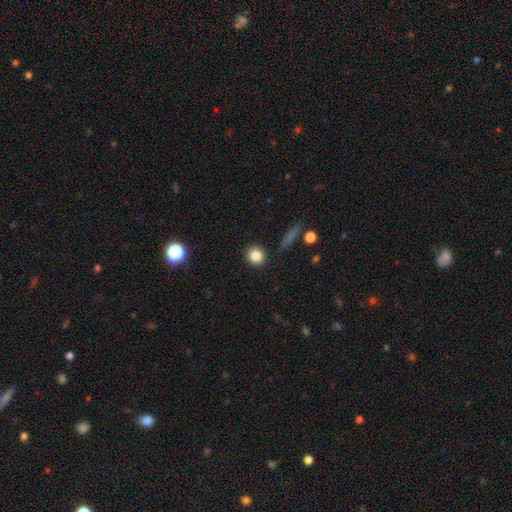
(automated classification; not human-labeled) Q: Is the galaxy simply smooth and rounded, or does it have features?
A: smooth — 84%.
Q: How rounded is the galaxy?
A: round — 87%.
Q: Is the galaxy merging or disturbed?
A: none — 90%.